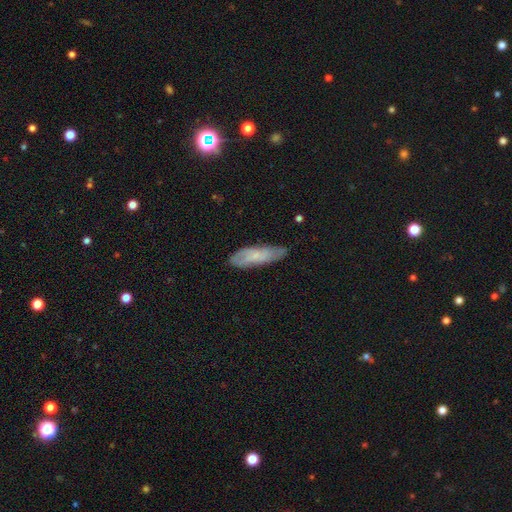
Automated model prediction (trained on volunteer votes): smooth-or-featured: smooth: 59% | featured or disk: 33% | star or artifact: 8%
  how-rounded: cigar-shaped: 53% | in between: 45% | round: 2%
  merging: none: 69% | minor disturbance: 25% | major disturbance: 5% | merger: 2%